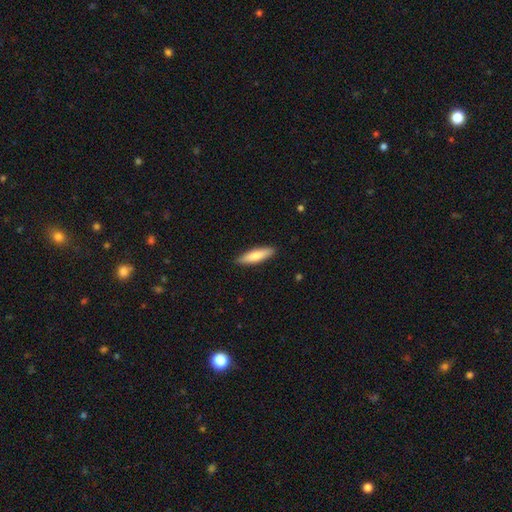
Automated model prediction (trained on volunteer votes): Q: Smooth or featured?
A: smooth (77%); runner-up: featured or disk (18%)
Q: How rounded?
A: cigar-shaped (69%); runner-up: in between (30%)
Q: Merging?
A: none (89%); runner-up: minor disturbance (8%)